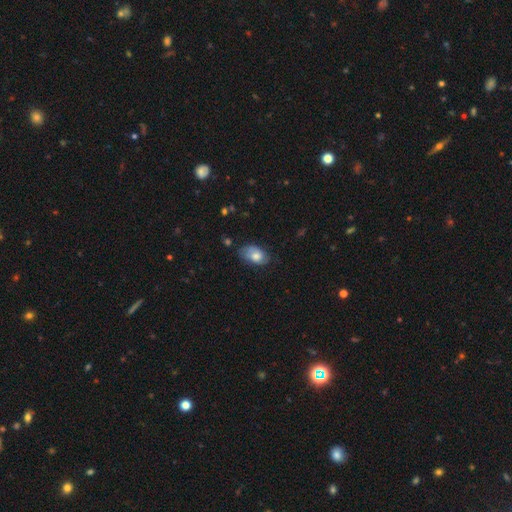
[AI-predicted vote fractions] smooth 69%, featured or disk 24%, star or artifact 8%. Down the decision tree: how rounded — in between (89%); merging — none (62%).